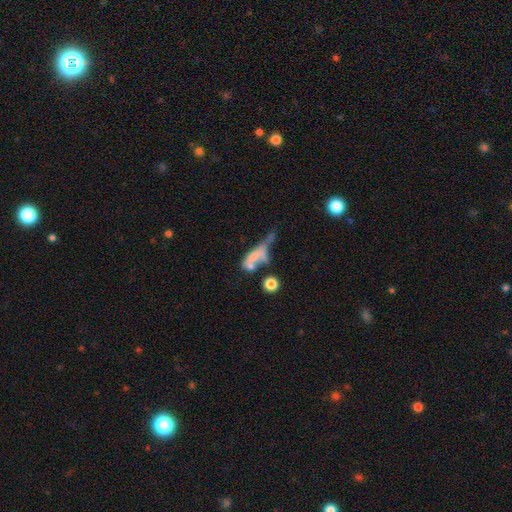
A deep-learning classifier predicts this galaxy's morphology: Q: Smooth or featured?
A: smooth (50%); runner-up: featured or disk (38%)
Q: Merging?
A: merger (38%); runner-up: major disturbance (29%)